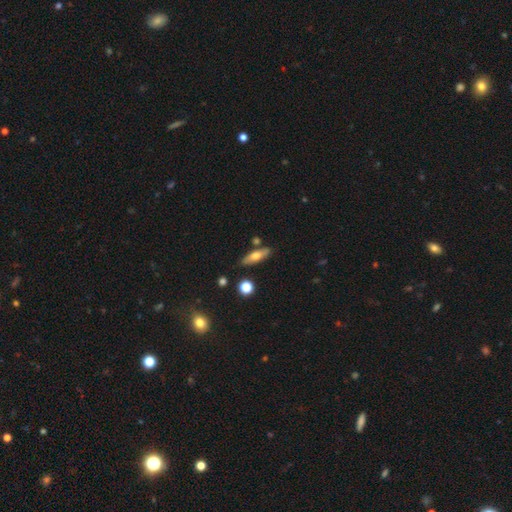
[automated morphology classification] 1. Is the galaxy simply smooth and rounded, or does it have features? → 58% smooth, 35% featured or disk, 7% star or artifact.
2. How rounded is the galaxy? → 49% cigar-shaped, 47% in between, 4% round.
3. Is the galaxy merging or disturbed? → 80% none, 12% minor disturbance, 6% merger, 3% major disturbance.